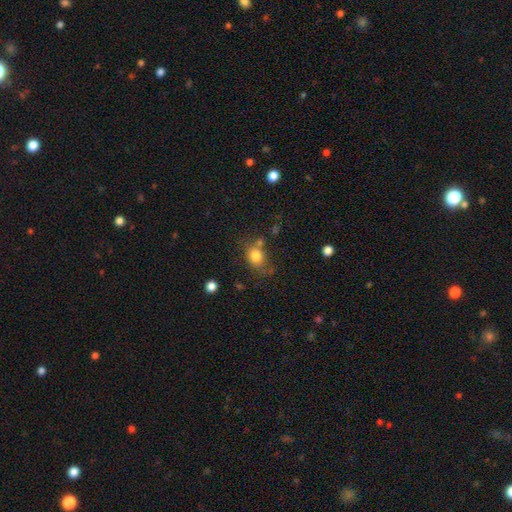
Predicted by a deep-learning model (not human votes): A smooth galaxy with no disk features (81%) that is round (55%).

Vote fractions:
- Smooth or featured? smooth: 81% / star or artifact: 11% / featured or disk: 9%
- How rounded? round: 55% / in between: 44% / cigar-shaped: 1%
- Merging? none: 62% / minor disturbance: 18% / merger: 12% / major disturbance: 7%